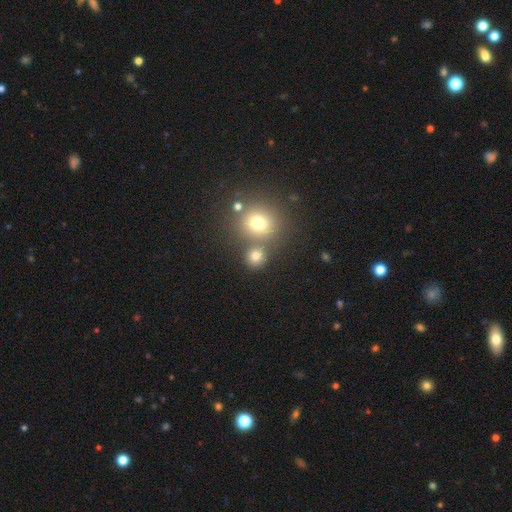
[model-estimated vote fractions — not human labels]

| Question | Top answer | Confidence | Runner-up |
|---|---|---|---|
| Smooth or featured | smooth | 75% | star or artifact (17%) |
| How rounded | round | 87% | in between (12%) |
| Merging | none | 69% | merger (20%) |